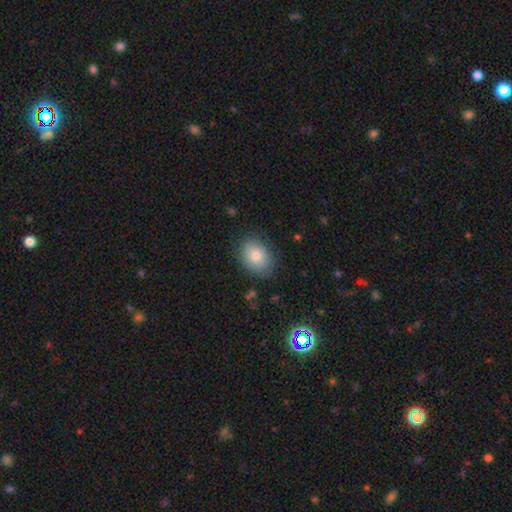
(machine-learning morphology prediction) Smooth or featured? Predicted: smooth (p=0.80). How rounded? Predicted: in between (p=0.73). Merging? Predicted: none (p=0.83).